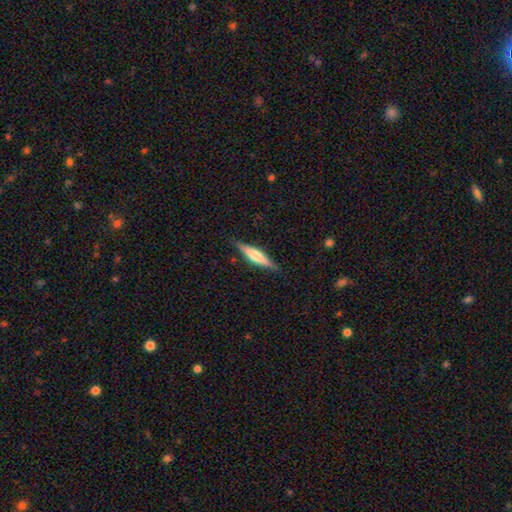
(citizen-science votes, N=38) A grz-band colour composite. It shows a featured or disk galaxy (50%) viewed edge-on (95%) with a rounded central bulge (61%). Merging: none (76%).